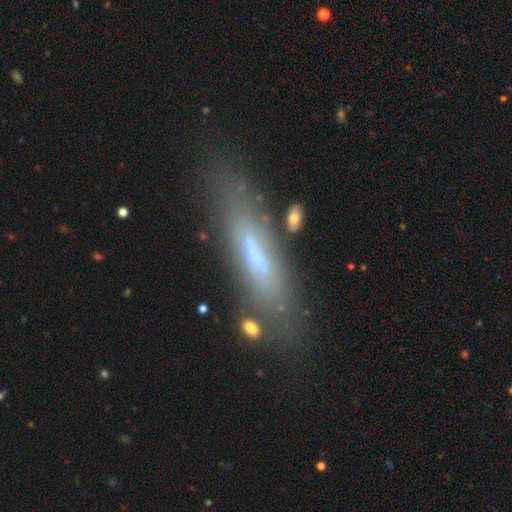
Morphology: type=featured or disk (54%); edge-on=yes (67%); edge-on bulge=boxy (43%, tied with none); merging=none (68%).